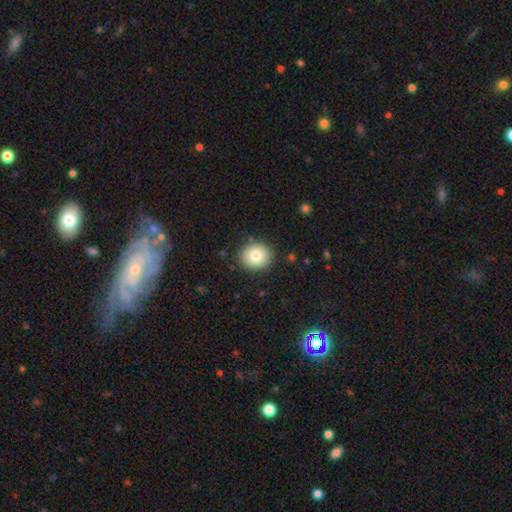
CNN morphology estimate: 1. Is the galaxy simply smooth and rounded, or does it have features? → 80% smooth, 11% featured or disk, 9% star or artifact.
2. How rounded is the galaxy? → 85% round, 14% in between, 1% cigar-shaped.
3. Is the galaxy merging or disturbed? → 89% none, 8% minor disturbance, 2% major disturbance, 1% merger.